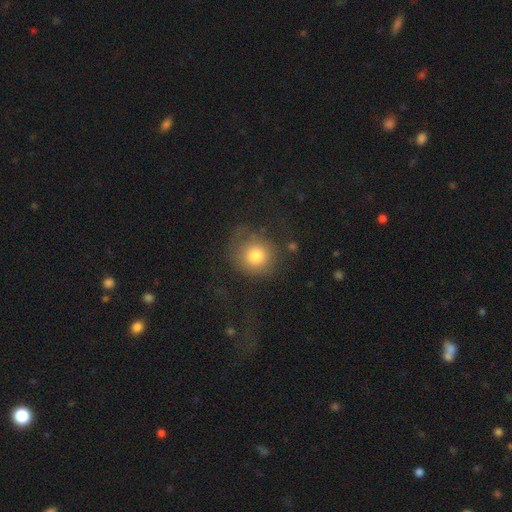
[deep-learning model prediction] Q: Smooth or featured?
A: smooth (77%); runner-up: featured or disk (13%)
Q: How rounded?
A: round (87%); runner-up: in between (12%)
Q: Merging?
A: none (62%); runner-up: minor disturbance (18%)